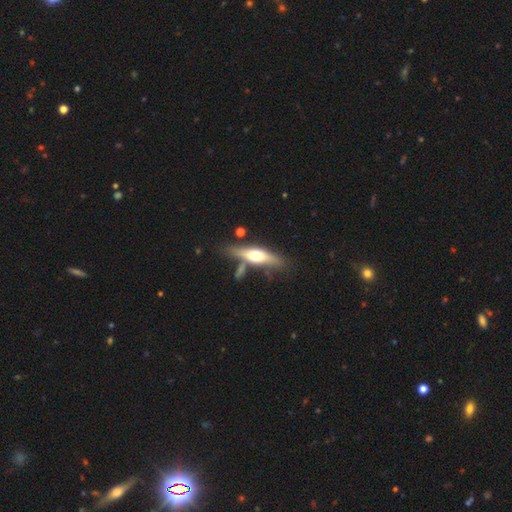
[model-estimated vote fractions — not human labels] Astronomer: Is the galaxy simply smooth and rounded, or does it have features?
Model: featured or disk — 55% (runner-up: smooth, 40%).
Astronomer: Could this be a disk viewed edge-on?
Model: yes — 88%.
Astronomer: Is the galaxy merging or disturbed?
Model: none — 67%.